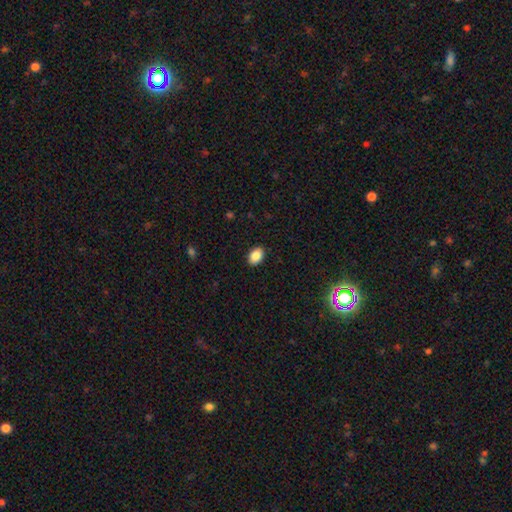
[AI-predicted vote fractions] This appears to be a smooth galaxy with no disk features (87%) that is in between round and cigar-shaped (84%). Merging: none (90%).